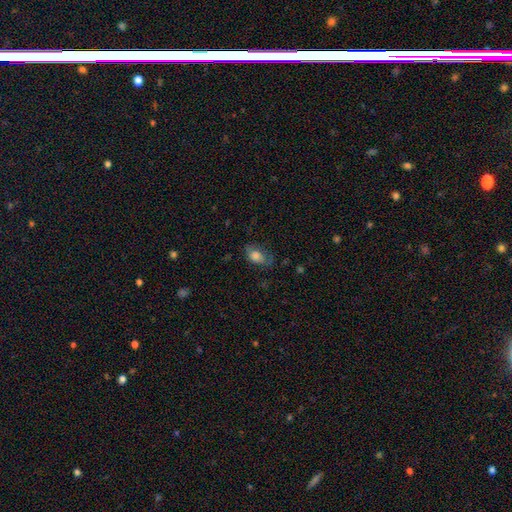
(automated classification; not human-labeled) Smooth or featured?
  - smooth: 71% *
  - featured or disk: 20%
  - star or artifact: 9%
How rounded?
  - in between: 84% *
  - round: 14%
  - cigar-shaped: 2%
Merging?
  - none: 55% *
  - minor disturbance: 28%
  - major disturbance: 16%
  - merger: 2%